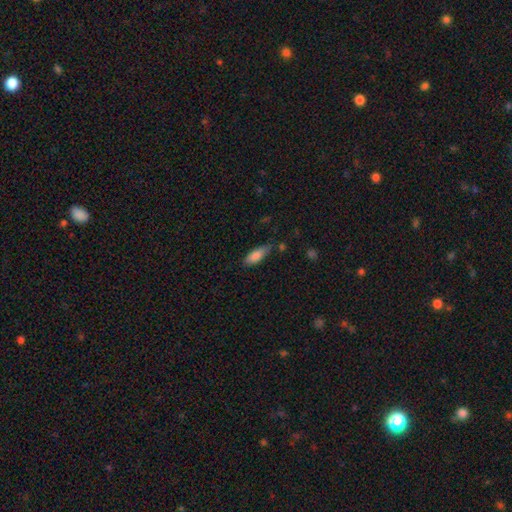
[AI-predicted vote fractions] Smooth or featured: smooth — 83% (featured or disk — 10%)
How rounded: in between — 69% (cigar-shaped — 29%)
Merging: none — 64% (minor disturbance — 26%)